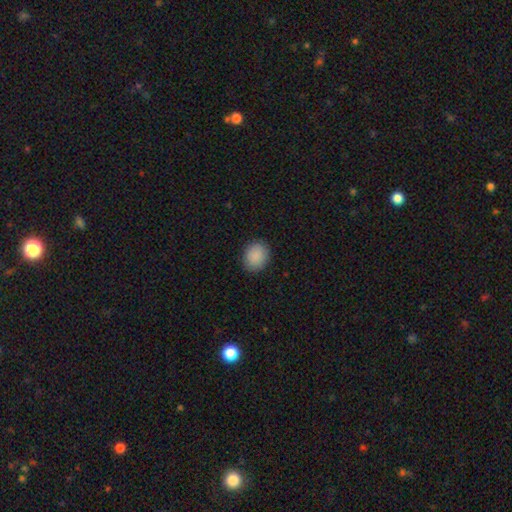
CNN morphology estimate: Overall: smooth (90%). How rounded: round (55%; in between 45%). Merging: none (89%).